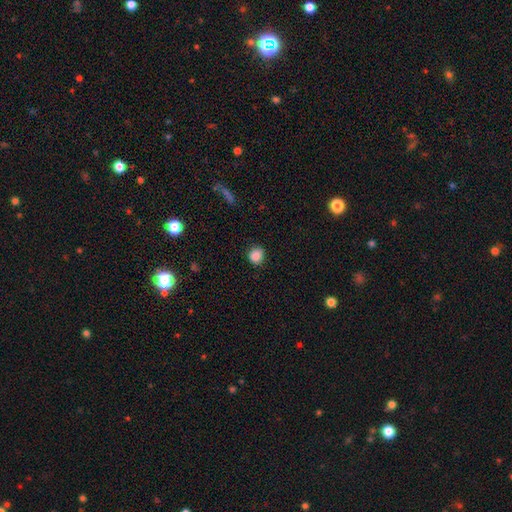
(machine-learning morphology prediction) type=smooth (87%); roundness=round (81%); merging=none (85%).